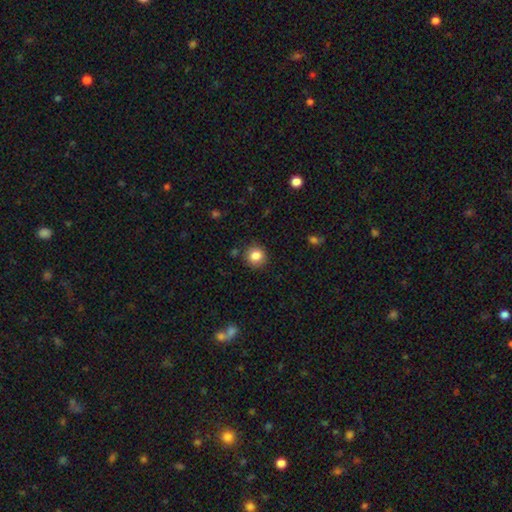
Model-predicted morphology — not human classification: smooth-or-featured: smooth: 85% | star or artifact: 10% | featured or disk: 5%
  how-rounded: round: 91% | in between: 8% | cigar-shaped: 1%
  merging: none: 88% | minor disturbance: 8% | major disturbance: 2% | merger: 2%